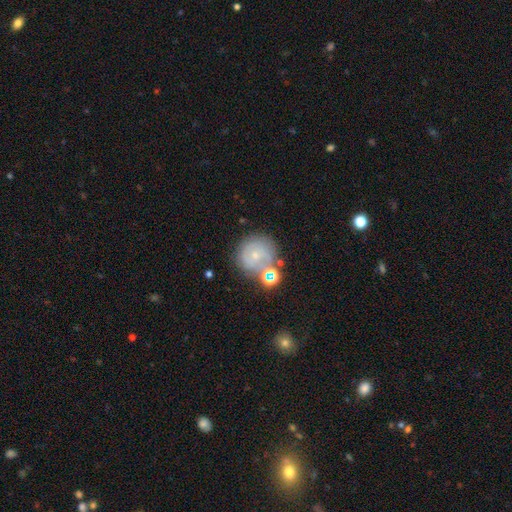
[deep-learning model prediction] Smooth or featured? featured or disk (51%)
Edge-on disk? no (98%)
Merging? none (55%)